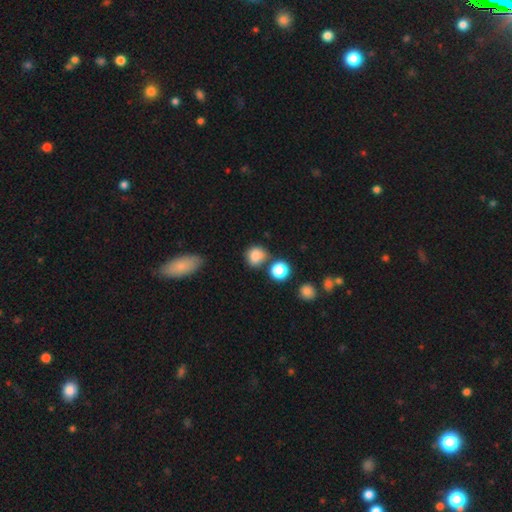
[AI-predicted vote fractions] Q: Smooth or featured?
A: smooth (82%); runner-up: star or artifact (11%)
Q: How rounded?
A: round (71%); runner-up: in between (28%)
Q: Merging?
A: none (58%); runner-up: minor disturbance (20%)